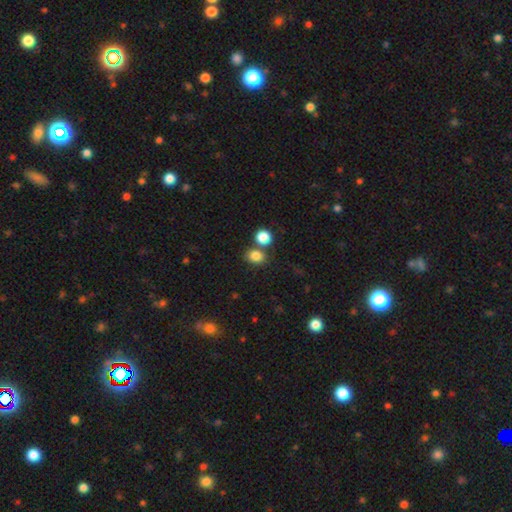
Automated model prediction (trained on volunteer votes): This is clearly a smooth galaxy (83%). How rounded: possibly round (53%). Merging: likely none (63%).